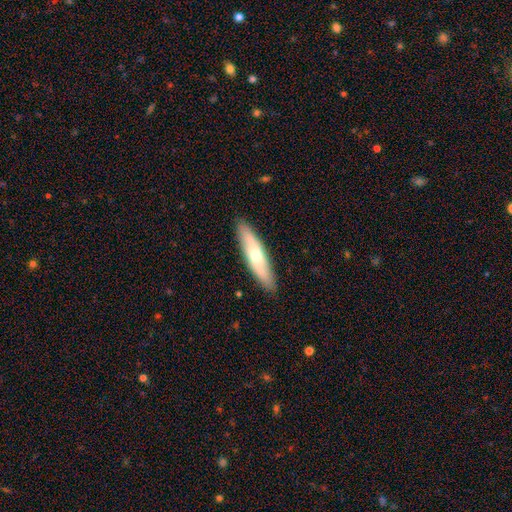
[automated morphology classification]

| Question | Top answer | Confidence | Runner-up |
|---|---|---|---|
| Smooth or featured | smooth | 53% | featured or disk (42%) |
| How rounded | cigar-shaped | 76% | in between (23%) |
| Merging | none | 89% | minor disturbance (8%) |